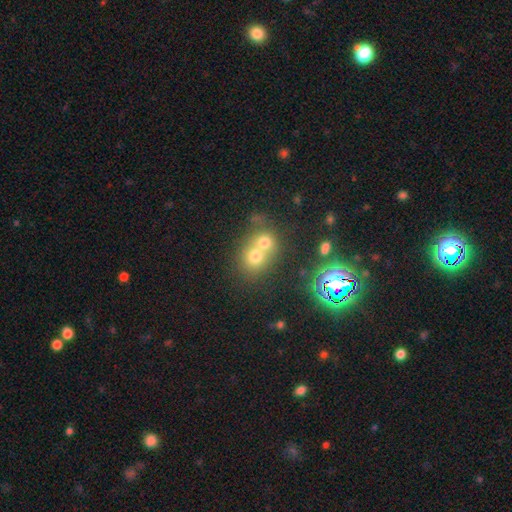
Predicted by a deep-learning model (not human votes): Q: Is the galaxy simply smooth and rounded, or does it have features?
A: smooth — 62%.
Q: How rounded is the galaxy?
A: round — 75%.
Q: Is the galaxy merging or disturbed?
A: merger — 63%.